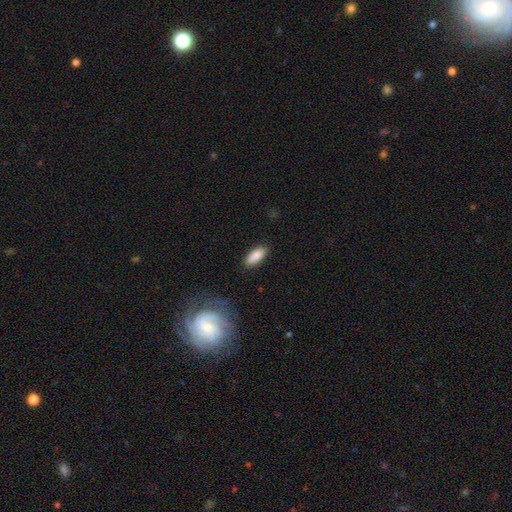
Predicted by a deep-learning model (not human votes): smooth-or-featured: smooth: 86% | featured or disk: 7% | star or artifact: 7%
  how-rounded: in between: 84% | cigar-shaped: 13% | round: 2%
  merging: none: 85% | minor disturbance: 11% | major disturbance: 3% | merger: 1%